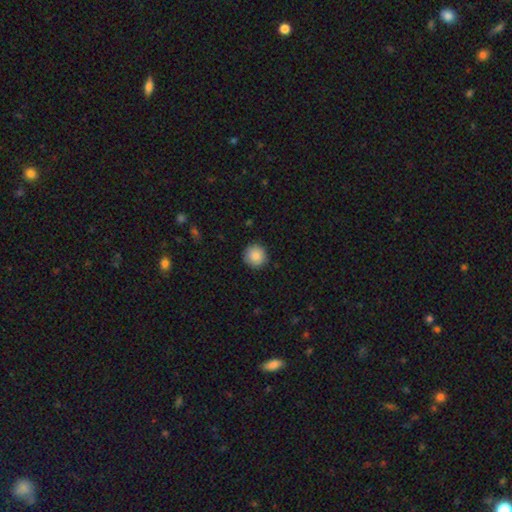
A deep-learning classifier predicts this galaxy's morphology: A smooth galaxy with no disk features (87%) that is round (94%). Merging: none (91%).